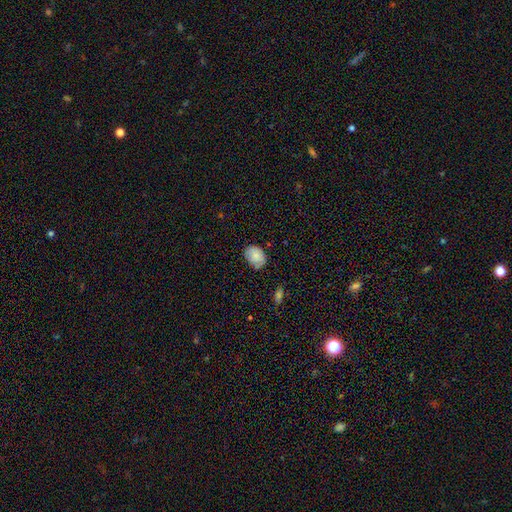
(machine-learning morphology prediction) This is likely a smooth galaxy (80%). How rounded: likely in between (68%). Merging: likely none (71%).